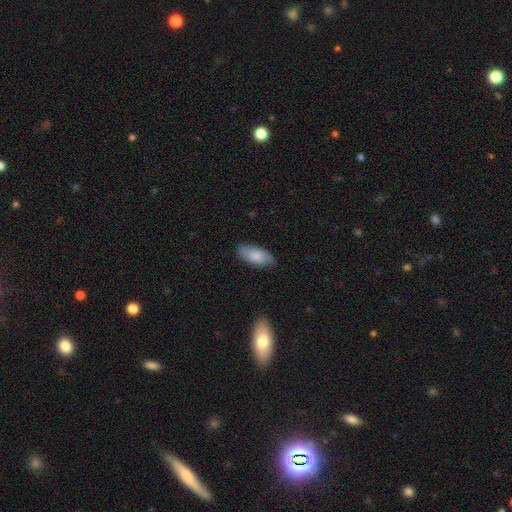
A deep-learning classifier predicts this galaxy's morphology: Smooth or featured: smooth — 82% (featured or disk — 12%)
How rounded: in between — 85% (cigar-shaped — 13%)
Merging: none — 81% (minor disturbance — 15%)